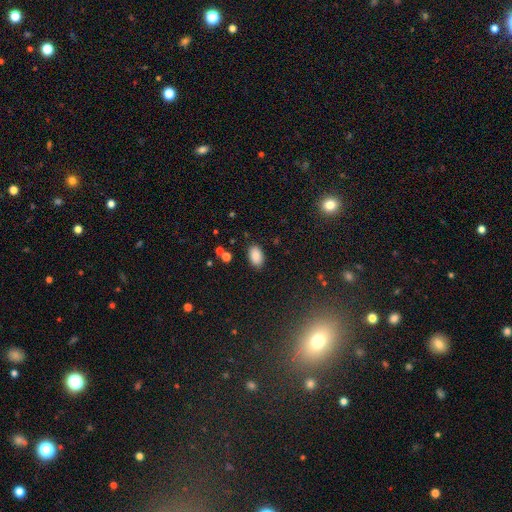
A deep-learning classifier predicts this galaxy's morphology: A smooth galaxy with no disk features (88%) that is in between round and cigar-shaped (92%).

Vote fractions:
- Smooth or featured? smooth: 88% / star or artifact: 8% / featured or disk: 4%
- How rounded? in between: 92% / round: 6% / cigar-shaped: 2%
- Merging? none: 86% / minor disturbance: 9% / major disturbance: 3% / merger: 2%